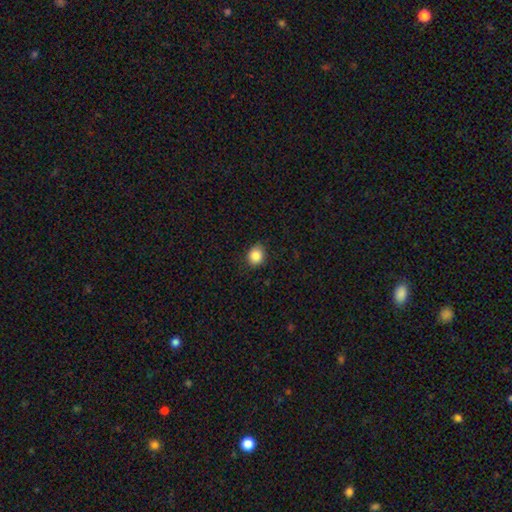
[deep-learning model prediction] smooth-or-featured: smooth: 86% | star or artifact: 10% | featured or disk: 5%
  how-rounded: round: 67% | in between: 32% | cigar-shaped: 1%
  merging: none: 87% | minor disturbance: 10% | major disturbance: 2% | merger: 1%